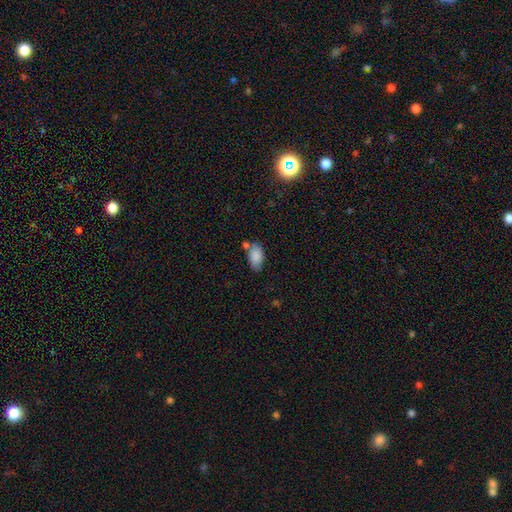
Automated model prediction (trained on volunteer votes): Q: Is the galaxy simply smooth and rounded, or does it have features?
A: smooth — 86%.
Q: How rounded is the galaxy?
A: in between — 93%.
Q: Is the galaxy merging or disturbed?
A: none — 60%.